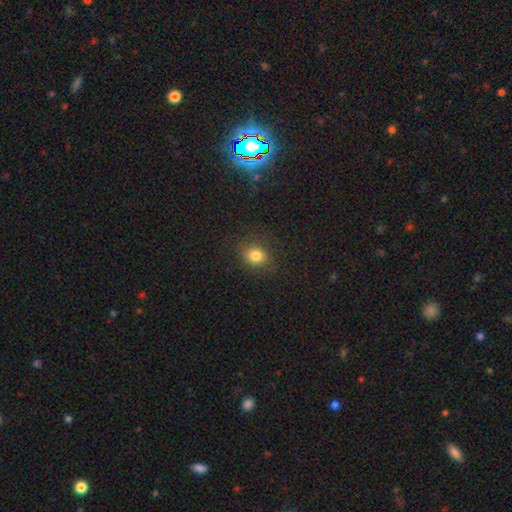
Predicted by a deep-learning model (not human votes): smooth_or_featured: smooth (p=0.81) [alt: star or artifact p=0.13]
how_rounded: round (p=0.70) [alt: in between p=0.29]
merging: none (p=0.85) [alt: minor disturbance p=0.10]